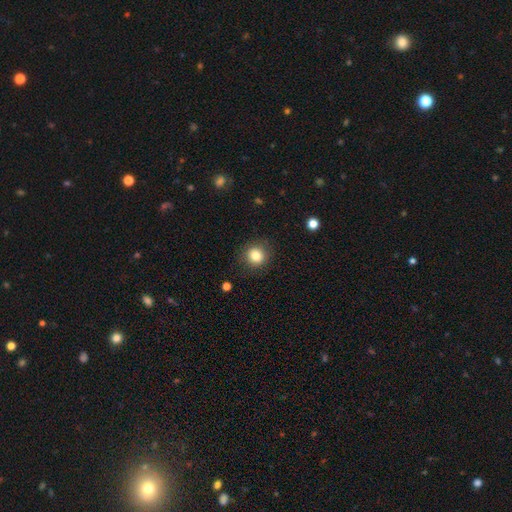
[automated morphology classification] Smooth or featured? Predicted: smooth (p=0.83). How rounded? Predicted: round (p=0.90). Merging? Predicted: none (p=0.88).